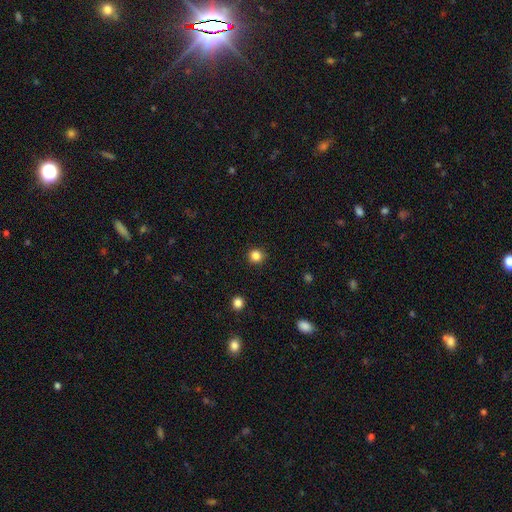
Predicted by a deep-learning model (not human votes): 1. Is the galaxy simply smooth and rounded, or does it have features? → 84% smooth, 12% star or artifact, 4% featured or disk.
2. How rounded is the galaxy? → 93% round, 6% in between, 1% cigar-shaped.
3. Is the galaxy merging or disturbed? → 91% none, 6% minor disturbance, 2% major disturbance, 1% merger.